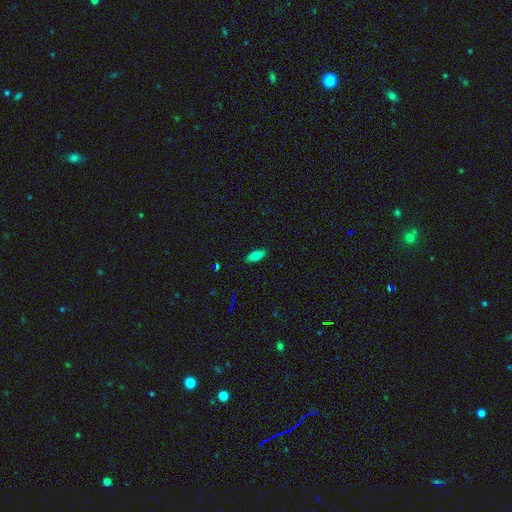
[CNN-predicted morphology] Smooth or featured? smooth (74%)
How rounded? in between (74%)
Merging? none (87%)